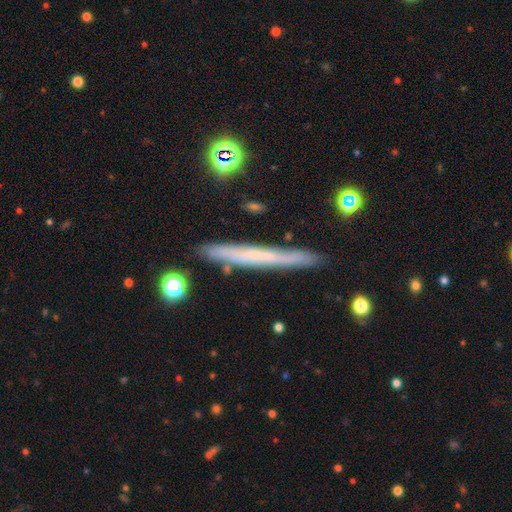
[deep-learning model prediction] Smooth or featured? Predicted: featured or disk (p=0.53). Edge-on disk? Predicted: yes (p=0.94). Merging? Predicted: none (p=0.87).